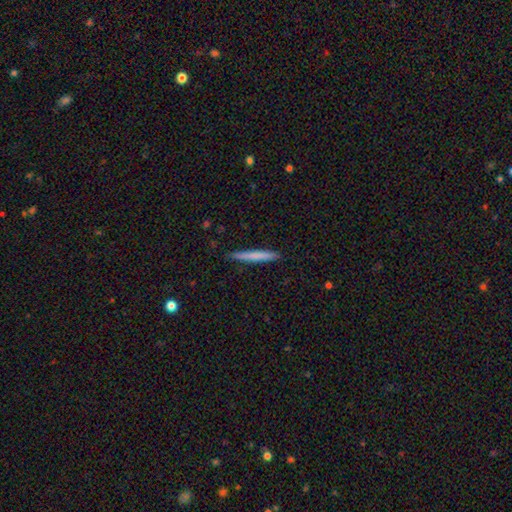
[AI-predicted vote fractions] A smooth galaxy with no disk features (69%) that is cigar-shaped (97%). Merging: none (90%).